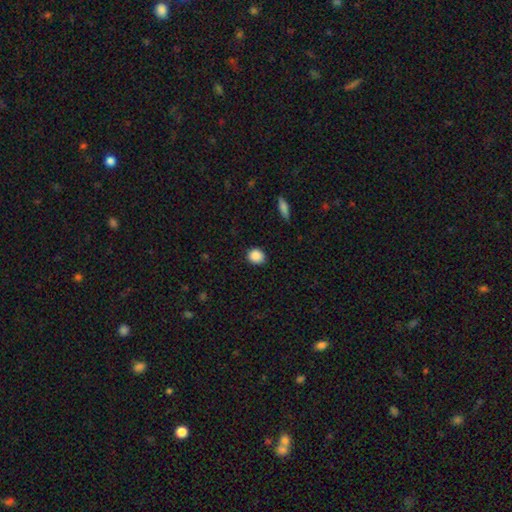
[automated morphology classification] Smooth or featured? smooth (88%)
How rounded? round (74%)
Merging? none (86%)